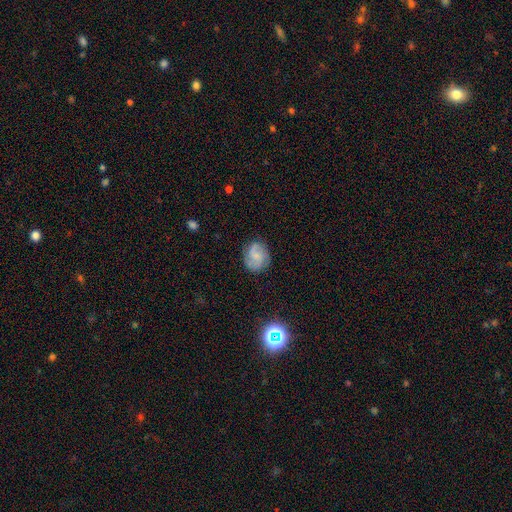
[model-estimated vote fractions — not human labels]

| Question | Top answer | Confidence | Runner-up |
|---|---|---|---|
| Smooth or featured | featured or disk | 52% | smooth (39%) |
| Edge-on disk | no | 98% | yes (2%) |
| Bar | no | 54% | weak (39%) |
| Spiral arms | yes | 89% | no (11%) |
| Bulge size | small | 50% | none (26%) |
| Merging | none | 76% | minor disturbance (17%) |